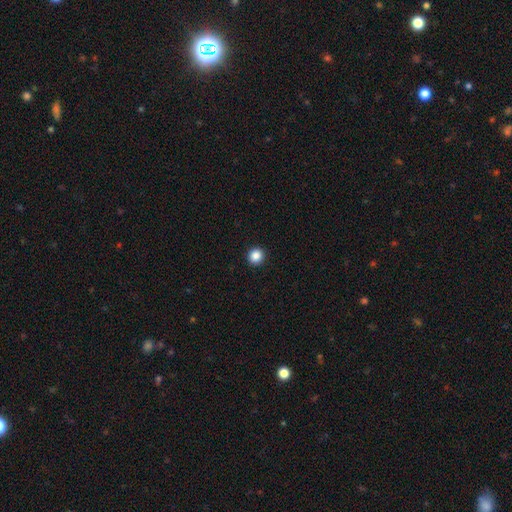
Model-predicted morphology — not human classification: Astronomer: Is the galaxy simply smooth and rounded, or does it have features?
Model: smooth — 87%.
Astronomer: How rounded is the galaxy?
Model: round — 92%.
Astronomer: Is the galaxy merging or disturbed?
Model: none — 94%.